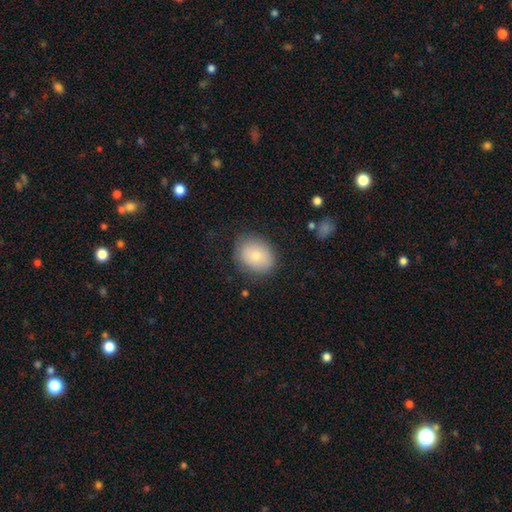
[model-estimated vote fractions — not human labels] Smooth or featured? Predicted: smooth (p=0.77). How rounded? Predicted: in between (p=0.57). Merging? Predicted: none (p=0.81).